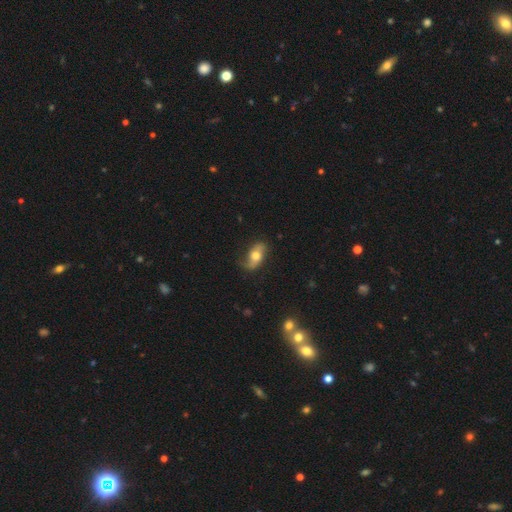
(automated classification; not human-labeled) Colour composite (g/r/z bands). It shows a featured or disk galaxy (48%). Merging: none (72%).